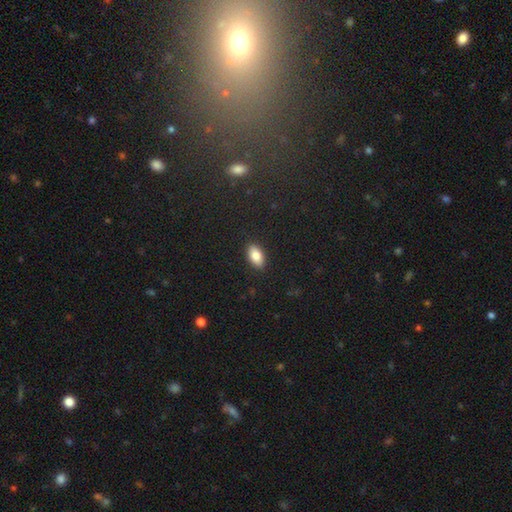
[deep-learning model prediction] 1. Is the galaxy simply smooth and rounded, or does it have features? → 83% smooth, 10% featured or disk, 7% star or artifact.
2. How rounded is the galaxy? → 92% in between, 4% cigar-shaped, 4% round.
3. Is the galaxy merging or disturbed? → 89% none, 8% minor disturbance, 2% major disturbance, 1% merger.